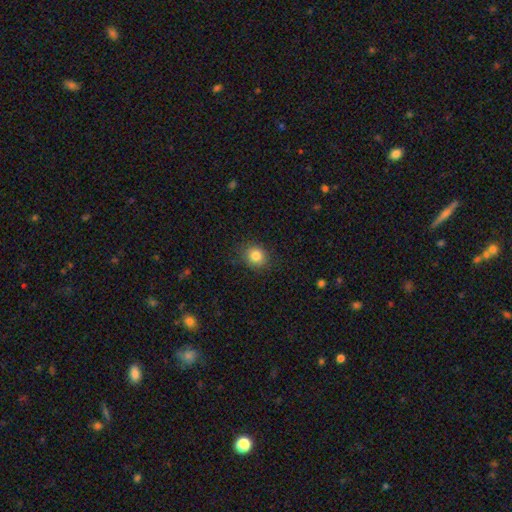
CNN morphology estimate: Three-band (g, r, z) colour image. It shows a smooth galaxy with no disk features (84%) that is round (77%). Merging: none (87%).